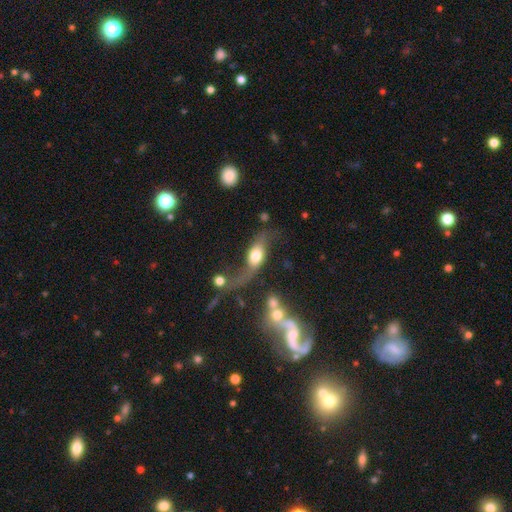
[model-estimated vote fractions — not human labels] Smooth or featured?
  - featured or disk: 55% *
  - smooth: 37%
  - star or artifact: 8%
Edge-on disk?
  - no: 83% *
  - yes: 17%
Merging?
  - none: 33% *
  - major disturbance: 30%
  - merger: 19%
  - minor disturbance: 18%